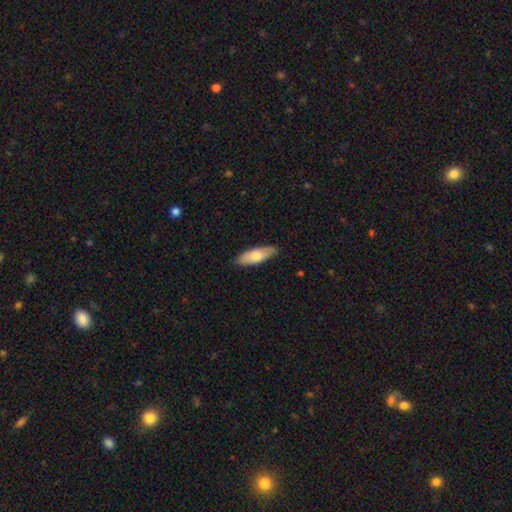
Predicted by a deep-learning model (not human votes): This appears to be a smooth galaxy with no disk features (74%) that is in between round and cigar-shaped (63%). Merging: none (87%).